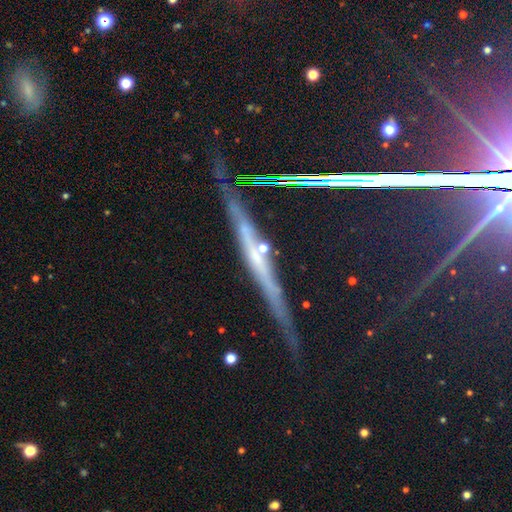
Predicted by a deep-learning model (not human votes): This is likely a featured or disk galaxy (69%). It is clearly viewed edge-on (95%). Edge-on bulge: possibly none (55%). Merging: likely none (78%).